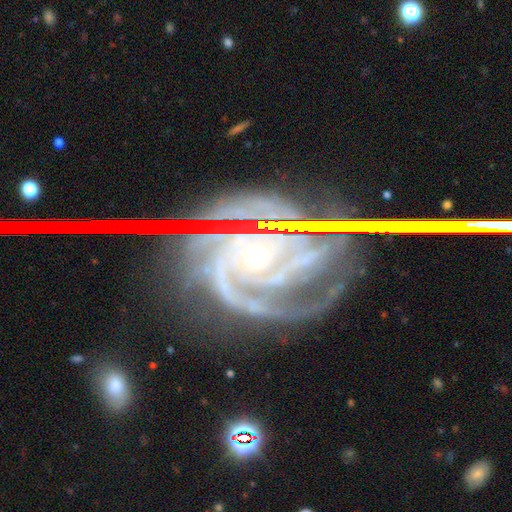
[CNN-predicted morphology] Smooth or featured?
  - featured or disk: 89% *
  - star or artifact: 8%
  - smooth: 3%
Edge-on disk?
  - no: 97% *
  - yes: 3%
Bar?
  - no: 63% *
  - strong: 19%
  - weak: 18%
Spiral arms?
  - yes: 98% *
  - no: 2%
Spiral winding?
  - tight: 59% *
  - medium: 35%
  - loose: 6%
Spiral arm count?
  - 3: 39% *
  - 2: 20%
  - 4: 15%
  - can't tell: 11%
  - more than 4: 8%
  - 1: 7%
Bulge size?
  - small: 77% *
  - moderate: 19%
  - none: 2%
  - large: 1%
  - dominant: 1%
Merging?
  - none: 55% *
  - minor disturbance: 21%
  - major disturbance: 18%
  - merger: 6%